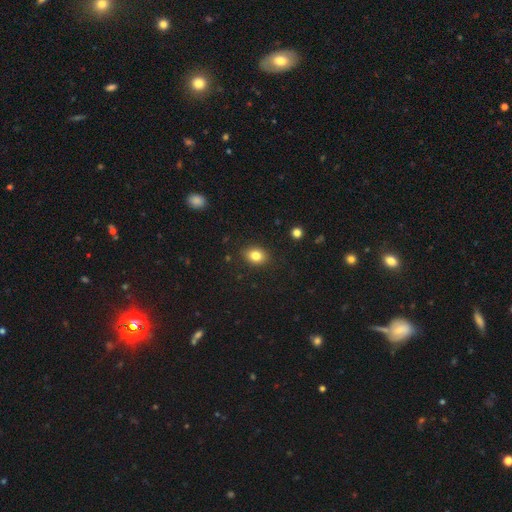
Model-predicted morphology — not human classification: Q: Smooth or featured?
A: smooth (82%); runner-up: star or artifact (10%)
Q: How rounded?
A: in between (60%); runner-up: round (39%)
Q: Merging?
A: none (88%); runner-up: minor disturbance (9%)